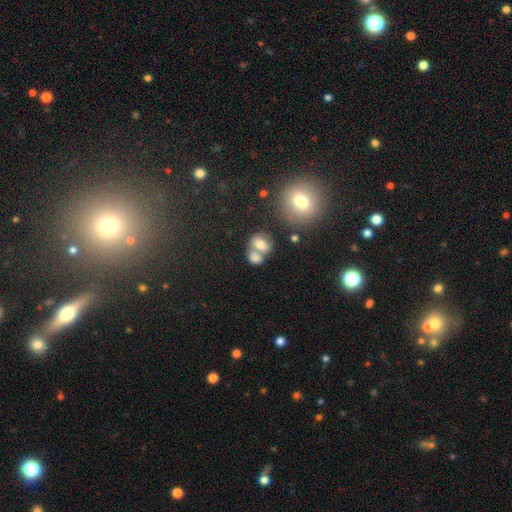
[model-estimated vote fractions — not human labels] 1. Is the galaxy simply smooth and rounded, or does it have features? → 70% smooth, 17% featured or disk, 13% star or artifact.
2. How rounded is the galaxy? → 65% in between, 32% round, 2% cigar-shaped.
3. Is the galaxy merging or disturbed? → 54% merger, 32% none, 9% minor disturbance, 5% major disturbance.